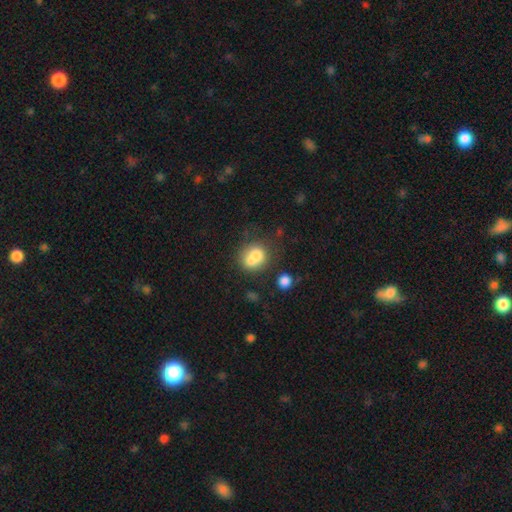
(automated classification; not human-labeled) This appears to be a smooth galaxy with no disk features (73%) that is round (66%). Merging: merger (40%).